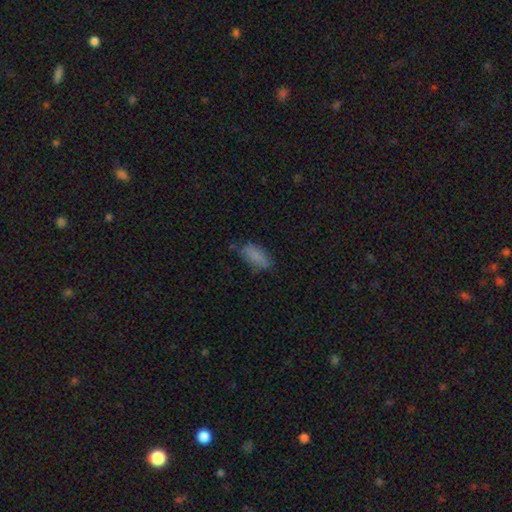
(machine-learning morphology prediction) smooth_or_featured: smooth (p=0.83) [alt: featured or disk p=0.09]
how_rounded: in between (p=0.79) [alt: cigar-shaped p=0.19]
merging: none (p=0.69) [alt: minor disturbance p=0.23]